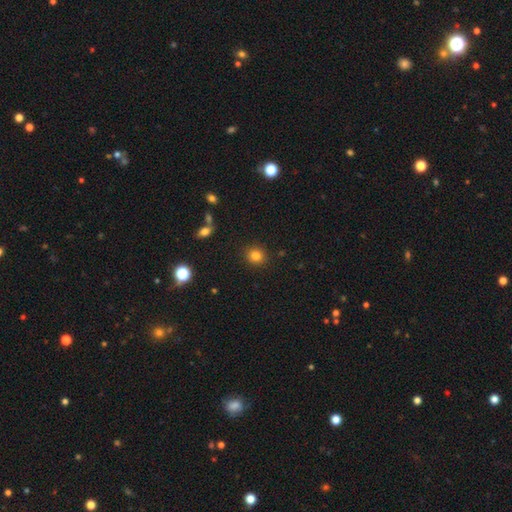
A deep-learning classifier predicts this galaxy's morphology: Q: Smooth or featured?
A: smooth (82%); runner-up: star or artifact (12%)
Q: How rounded?
A: round (86%); runner-up: in between (13%)
Q: Merging?
A: none (90%); runner-up: minor disturbance (7%)